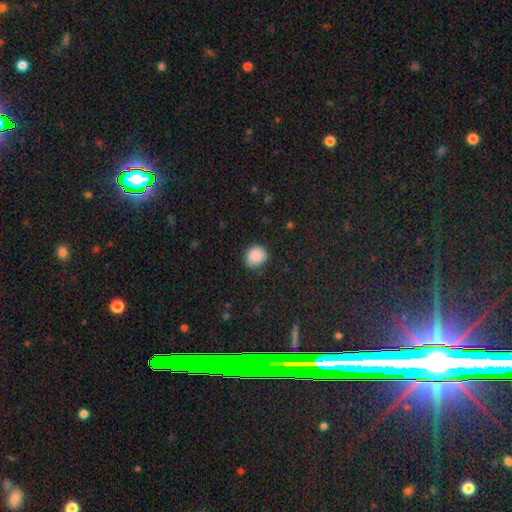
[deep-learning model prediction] A smooth galaxy with no disk features (86%) that is round (71%).

Vote fractions:
- Smooth or featured? smooth: 86% / star or artifact: 8% / featured or disk: 5%
- How rounded? round: 71% / in between: 28% / cigar-shaped: 1%
- Merging? none: 79% / minor disturbance: 17% / major disturbance: 3% / merger: 1%